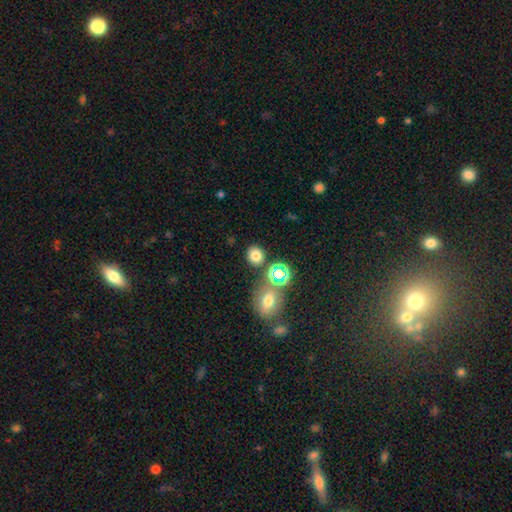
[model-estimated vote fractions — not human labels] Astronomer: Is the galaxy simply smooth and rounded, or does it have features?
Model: smooth — 74%.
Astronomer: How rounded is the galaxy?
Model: round — 81%.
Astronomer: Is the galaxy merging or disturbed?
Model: none — 81%.